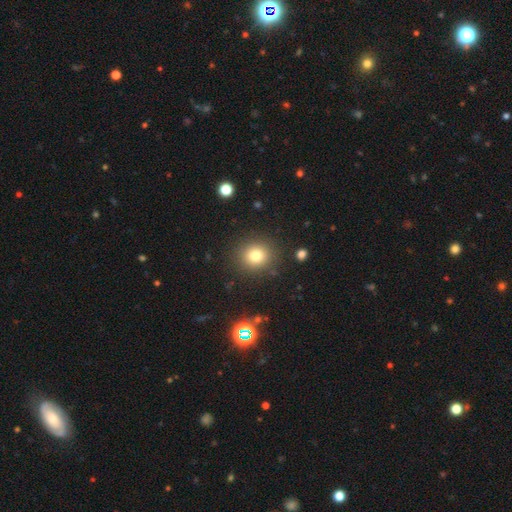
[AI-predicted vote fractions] Smooth or featured? Predicted: smooth (p=0.78). How rounded? Predicted: round (p=0.86). Merging? Predicted: none (p=0.88).